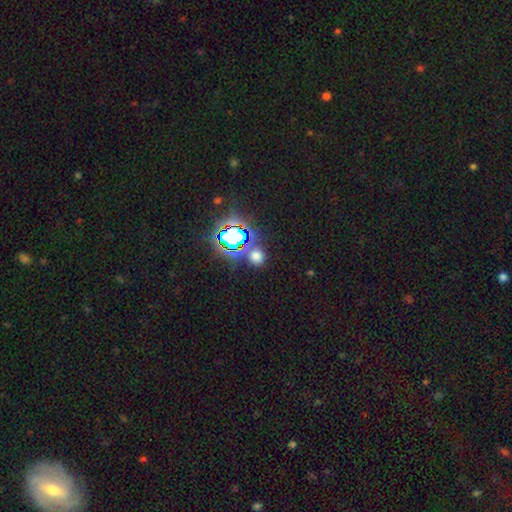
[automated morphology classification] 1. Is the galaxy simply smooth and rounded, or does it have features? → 55% smooth, 39% star or artifact, 6% featured or disk.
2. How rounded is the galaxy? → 82% round, 16% in between, 2% cigar-shaped.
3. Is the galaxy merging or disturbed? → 79% none, 9% minor disturbance, 8% merger, 4% major disturbance.